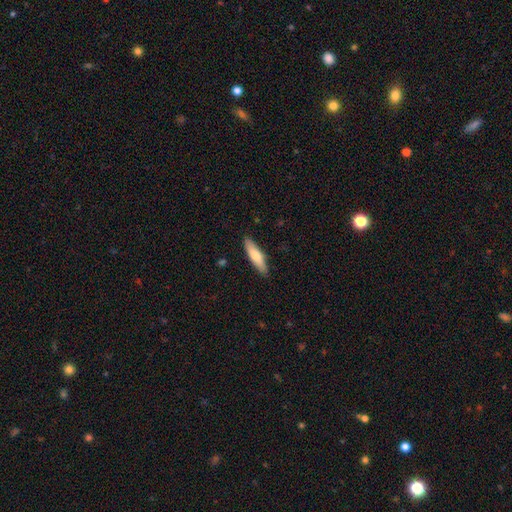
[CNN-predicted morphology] The model was most divided on "how rounded": cigar-shaped: 67%, in between: 32%, round: 2%. More confident: merging — none (87%); smooth or featured — smooth (74%).